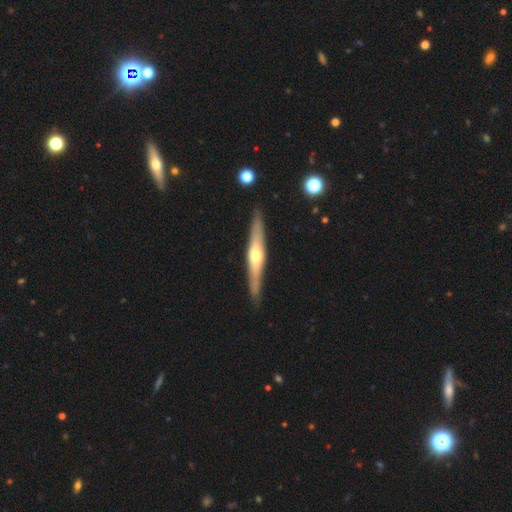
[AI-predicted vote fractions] Overall: featured or disk (68%). Edge-on disk: yes (95%). Edge-on bulge: rounded (88%). Merging: none (90%).